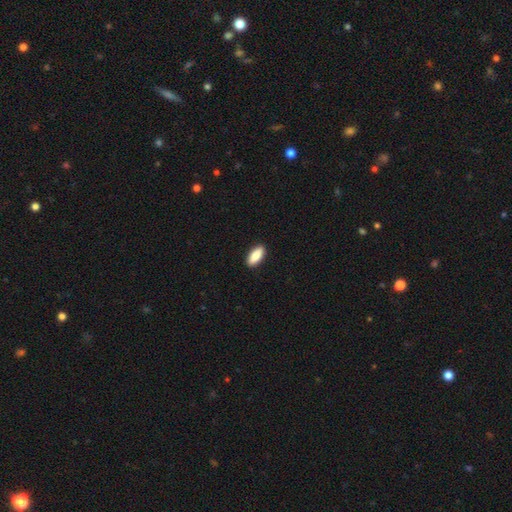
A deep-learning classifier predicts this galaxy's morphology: This appears to be a smooth galaxy with no disk features (85%) that is in between round and cigar-shaped (77%). Merging: none (91%).